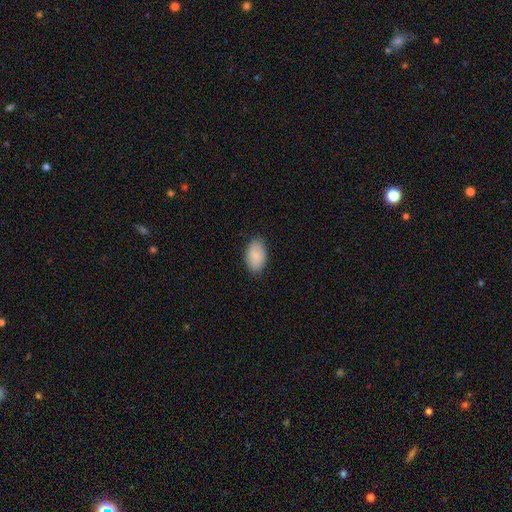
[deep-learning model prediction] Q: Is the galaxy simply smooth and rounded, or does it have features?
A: smooth — 83%.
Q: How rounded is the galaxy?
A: in between — 92%.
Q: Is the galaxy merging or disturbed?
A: none — 85%.